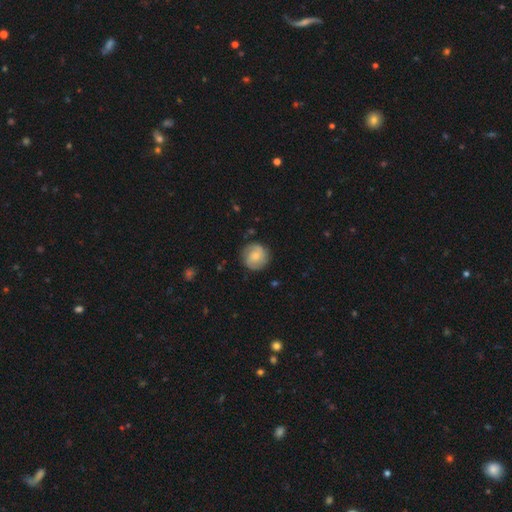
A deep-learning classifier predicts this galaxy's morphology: type=smooth (49%); merging=none (82%).